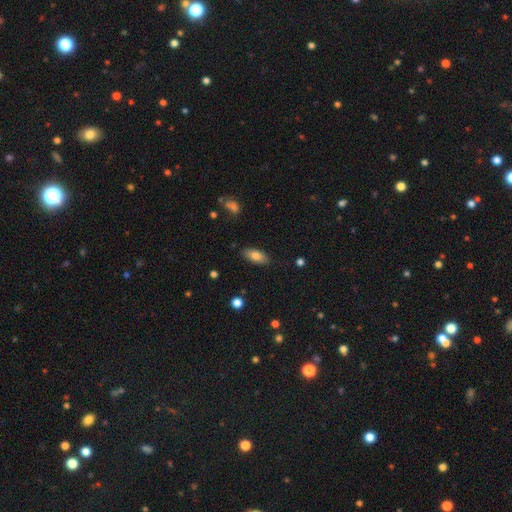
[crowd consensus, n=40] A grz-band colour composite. It shows a smooth galaxy with no disk features (85%) that is in between round and cigar-shaped (91%). Merging: none (89%).